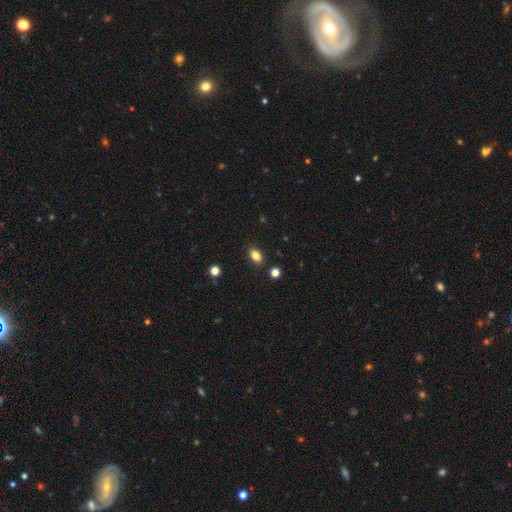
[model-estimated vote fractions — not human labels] Overall: smooth (83%). How rounded: in between (83%). Merging: none (87%).